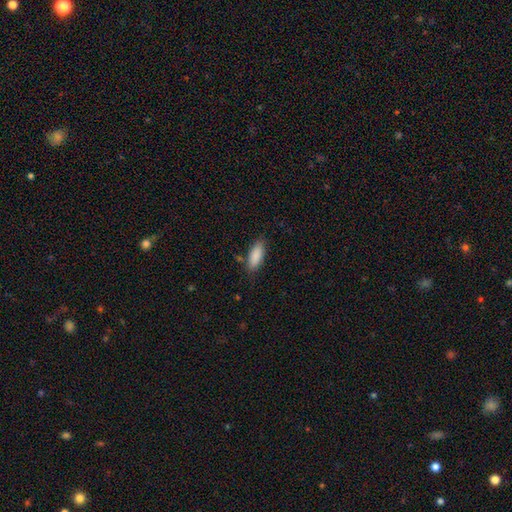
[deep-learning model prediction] Smooth or featured? Predicted: smooth (p=0.88). How rounded? Predicted: in between (p=0.77). Merging? Predicted: none (p=0.80).